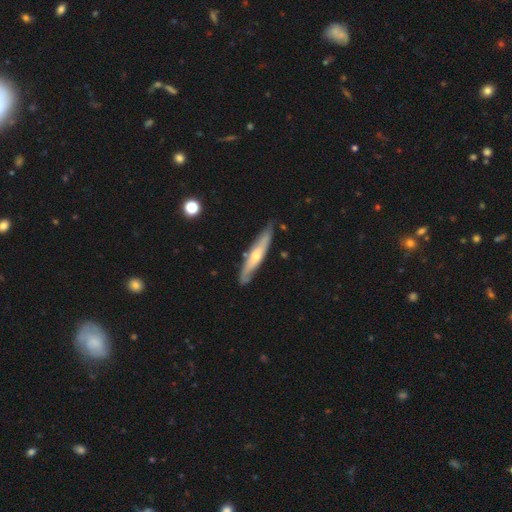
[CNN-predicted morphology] Smooth or featured?
  - featured or disk: 57% *
  - smooth: 38%
  - star or artifact: 5%
Edge-on disk?
  - yes: 79% *
  - no: 21%
Merging?
  - none: 80% *
  - minor disturbance: 15%
  - major disturbance: 2%
  - merger: 2%